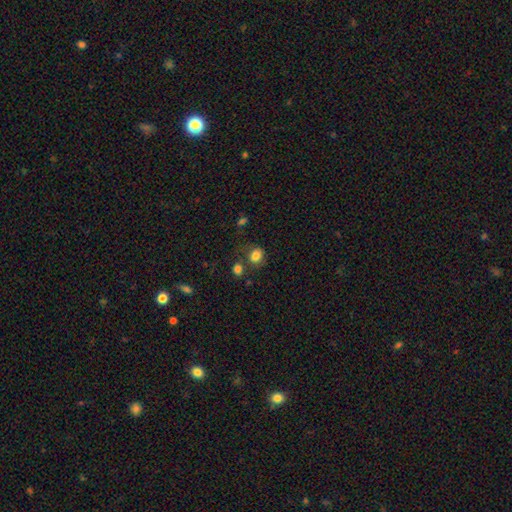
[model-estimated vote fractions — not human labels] The model was most divided on "how rounded": round: 68%, in between: 31%, cigar-shaped: 1%. More confident: smooth or featured — smooth (82%); merging — none (65%).